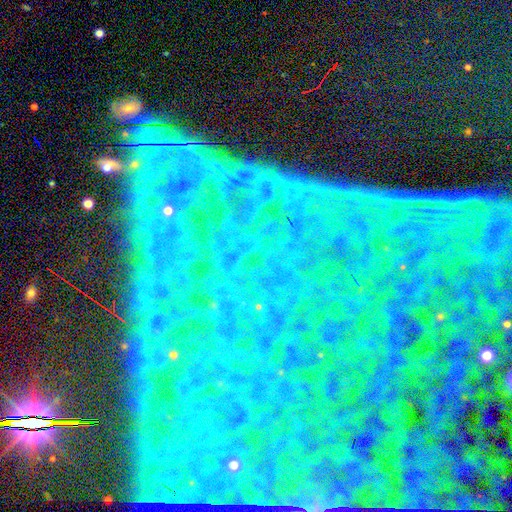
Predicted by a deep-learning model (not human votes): A star or artifact, not a galaxy (85%).

Vote fractions:
- Smooth or featured? star or artifact: 85% / featured or disk: 8% / smooth: 7%